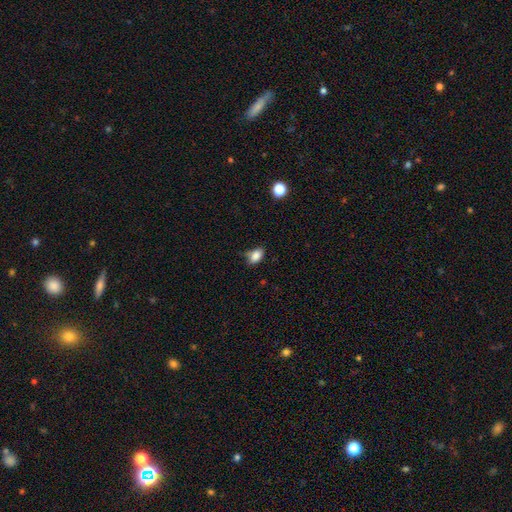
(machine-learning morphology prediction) smooth 85%, star or artifact 9%, featured or disk 6%. Down the decision tree: how rounded — in between (87%); merging — none (60%).